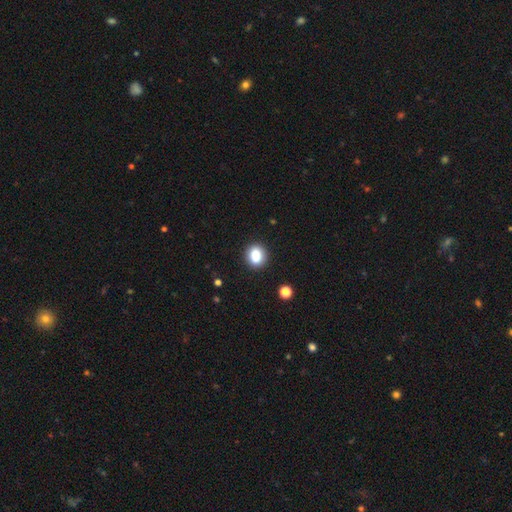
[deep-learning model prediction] Morphology: type=smooth (86%); roundness=round (60%); merging=none (86%).